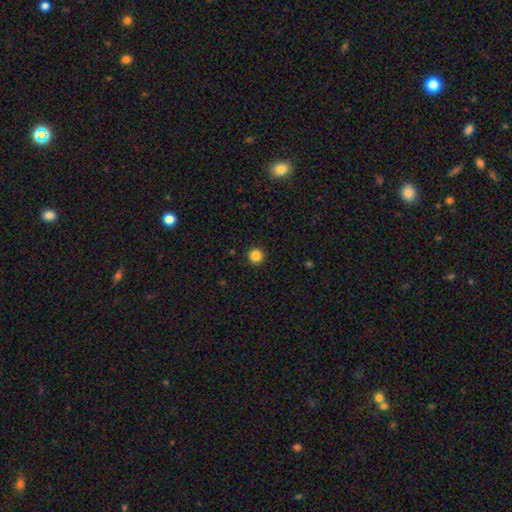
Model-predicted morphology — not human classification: Overall: smooth (86%). How rounded: round (96%). Merging: none (93%).